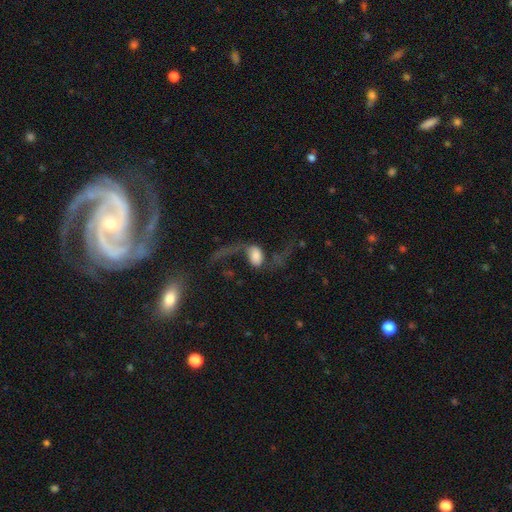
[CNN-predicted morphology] A featured or disk galaxy (55%) with no bar (61%), spiral arms (79%) and a large central bulge (28%). Merging: major disturbance (44%).